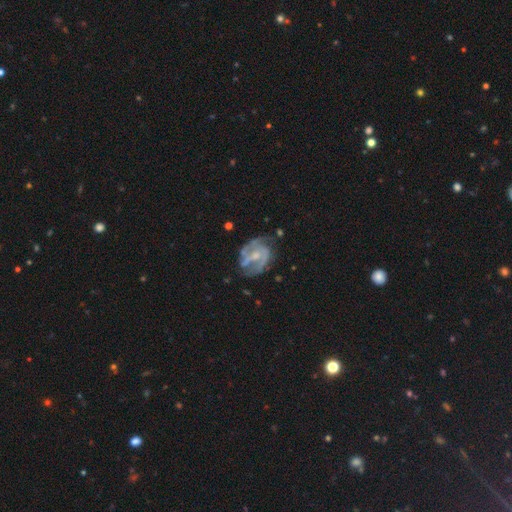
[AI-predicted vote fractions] Q: Smooth or featured?
A: featured or disk (83%); runner-up: smooth (11%)
Q: Edge-on disk?
A: no (97%); runner-up: yes (3%)
Q: Bar?
A: weak (47%); runner-up: no (34%)
Q: Spiral arms?
A: yes (90%); runner-up: no (10%)
Q: Spiral winding?
A: medium (49%); runner-up: tight (33%)
Q: Spiral arm count?
A: 2 (65%); runner-up: can't tell (14%)
Q: Bulge size?
A: small (51%); runner-up: moderate (36%)
Q: Merging?
A: none (61%); runner-up: minor disturbance (22%)